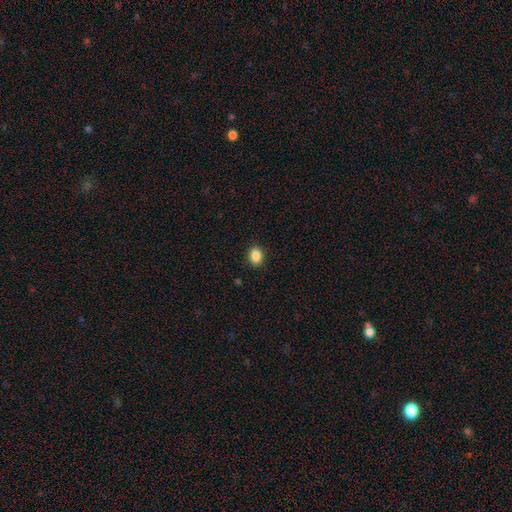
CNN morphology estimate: smooth_or_featured: smooth (p=0.87) [alt: star or artifact p=0.09]
how_rounded: in between (p=0.64) [alt: round p=0.35]
merging: none (p=0.90) [alt: minor disturbance p=0.07]